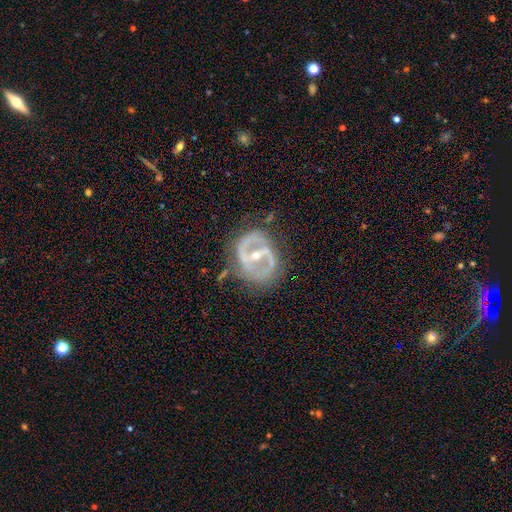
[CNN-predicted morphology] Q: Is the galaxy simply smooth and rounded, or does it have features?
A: featured or disk — 85%.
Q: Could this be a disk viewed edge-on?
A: no — 96%.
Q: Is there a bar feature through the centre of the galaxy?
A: strong — 56%.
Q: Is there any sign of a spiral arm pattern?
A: yes — 74%.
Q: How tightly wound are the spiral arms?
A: medium — 45%.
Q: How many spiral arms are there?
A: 2 — 75%.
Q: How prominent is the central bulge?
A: small — 54%.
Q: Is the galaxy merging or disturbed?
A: none — 63%.